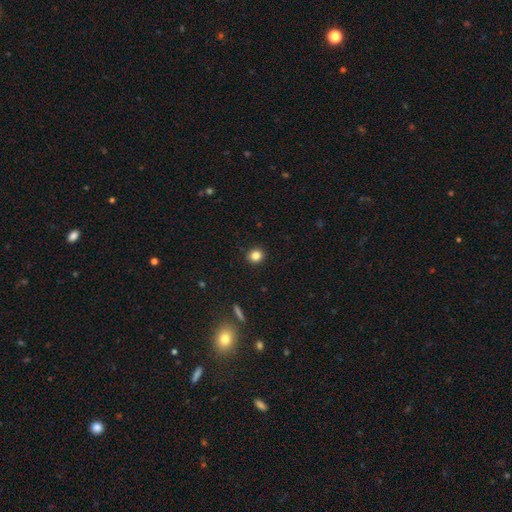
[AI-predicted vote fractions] Smooth or featured? Predicted: smooth (p=0.83). How rounded? Predicted: round (p=0.88). Merging? Predicted: none (p=0.92).